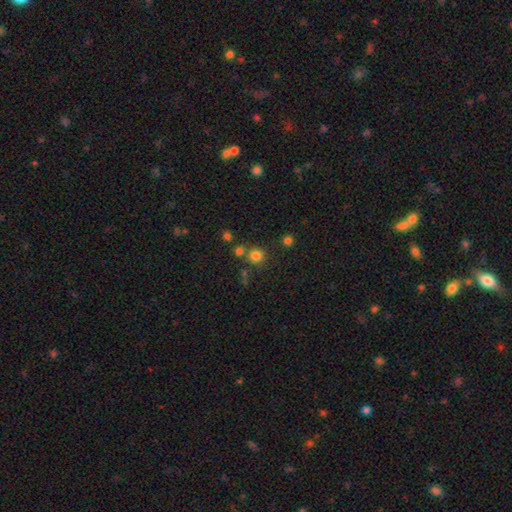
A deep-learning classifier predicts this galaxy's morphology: This is likely a smooth galaxy (77%). How rounded: clearly round (90%). Merging: likely none (70%).